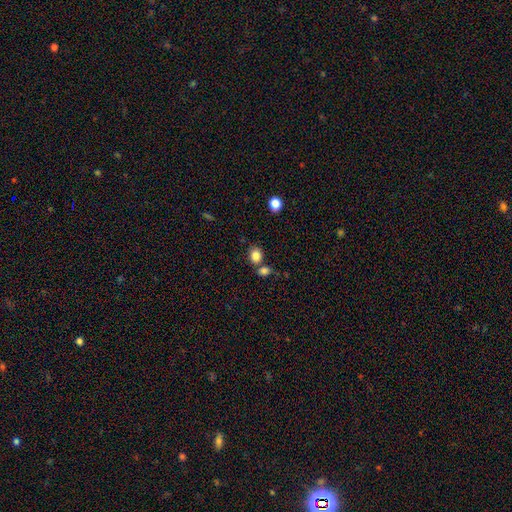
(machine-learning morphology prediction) A smooth galaxy with no disk features (85%) that is round (58%).

Vote fractions:
- Smooth or featured? smooth: 85% / star or artifact: 10% / featured or disk: 5%
- How rounded? round: 58% / in between: 41% / cigar-shaped: 1%
- Merging? none: 63% / merger: 23% / minor disturbance: 10% / major disturbance: 4%